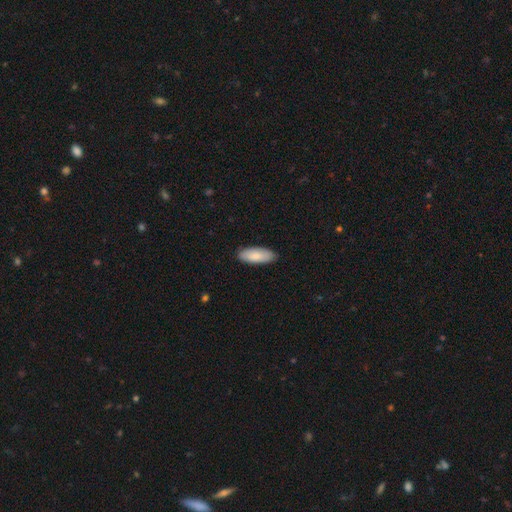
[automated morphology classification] Q: Smooth or featured?
A: smooth (85%); runner-up: featured or disk (10%)
Q: How rounded?
A: in between (78%); runner-up: cigar-shaped (20%)
Q: Merging?
A: none (88%); runner-up: minor disturbance (10%)